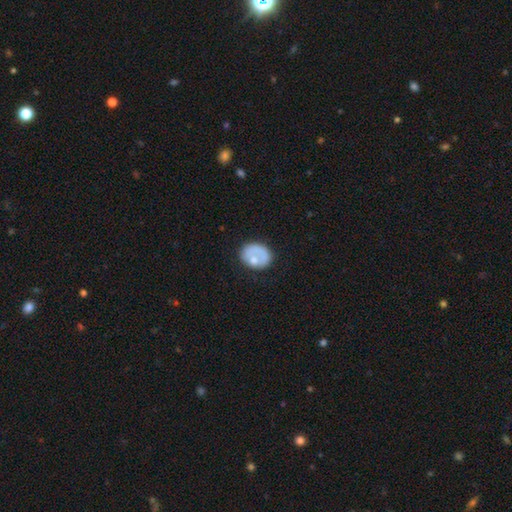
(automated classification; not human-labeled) This appears to be a smooth galaxy with no disk features (63%) that is round (50%). Merging: none (51%).